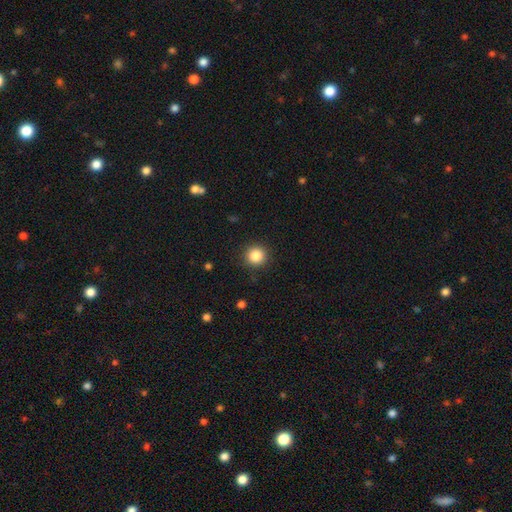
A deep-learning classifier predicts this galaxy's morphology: This appears to be a smooth galaxy with no disk features (85%) that is round (94%). Merging: none (91%).